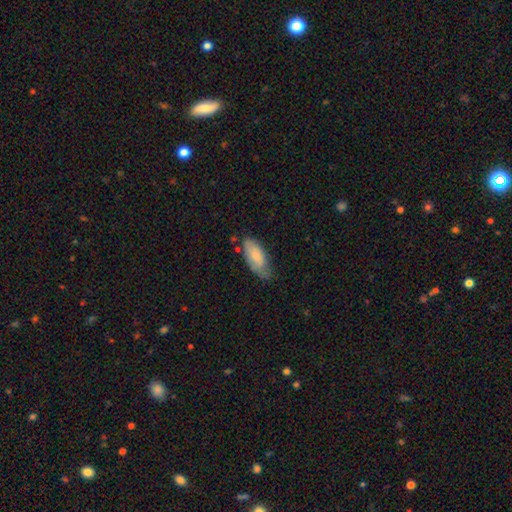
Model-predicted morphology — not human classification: type=smooth (77%); roundness=in between (86%); merging=none (53%).